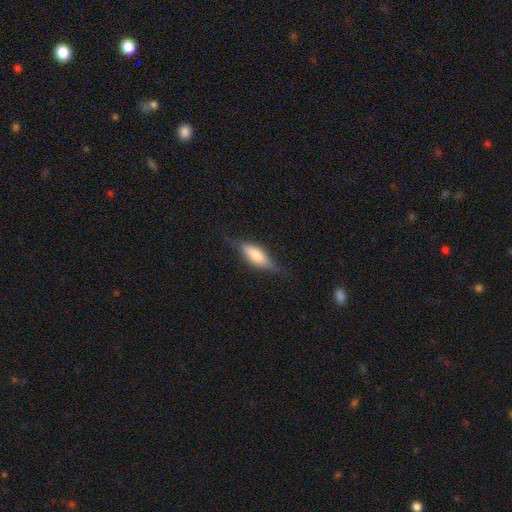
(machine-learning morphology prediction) type=smooth (58%); roundness=in between (61%); merging=none (72%).